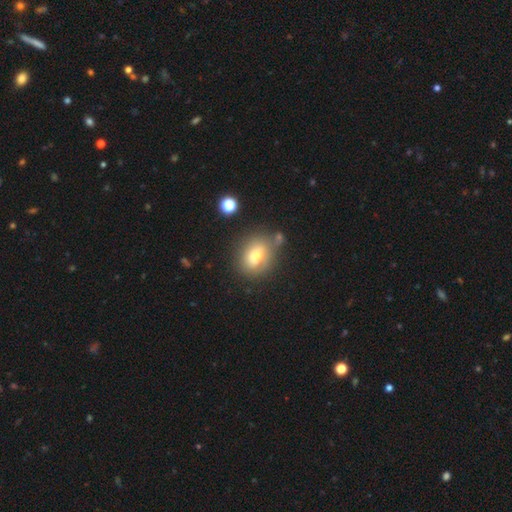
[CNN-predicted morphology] smooth_or_featured: smooth (p=0.73) [alt: featured or disk p=0.17]
how_rounded: in between (p=0.61) [alt: round p=0.37]
merging: none (p=0.65) [alt: minor disturbance p=0.20]